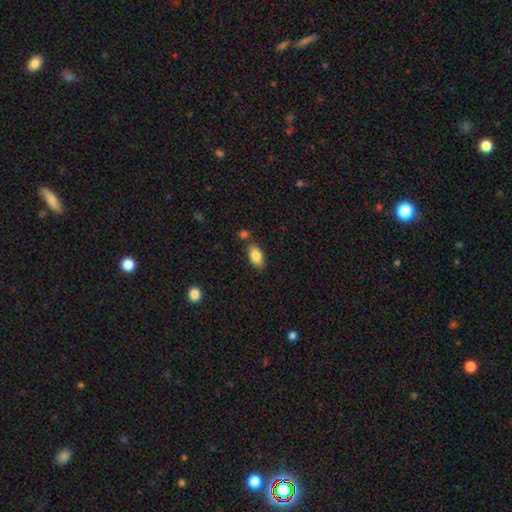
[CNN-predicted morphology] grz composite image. It shows a smooth galaxy with no disk features (83%) that is in between round and cigar-shaped (91%). Merging: none (74%).